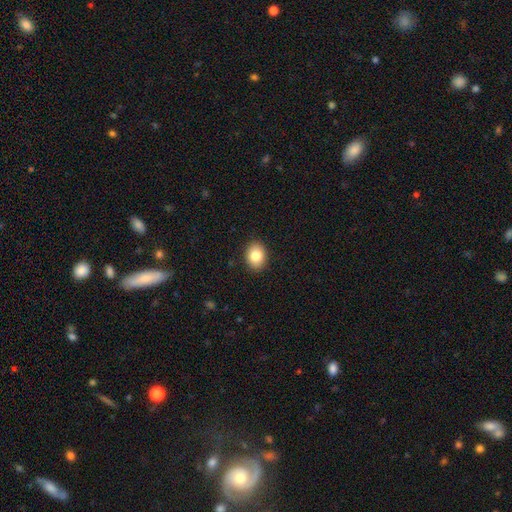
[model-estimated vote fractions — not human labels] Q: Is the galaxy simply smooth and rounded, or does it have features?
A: smooth — 83%.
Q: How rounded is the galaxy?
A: in between — 61%.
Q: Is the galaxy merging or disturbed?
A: none — 90%.